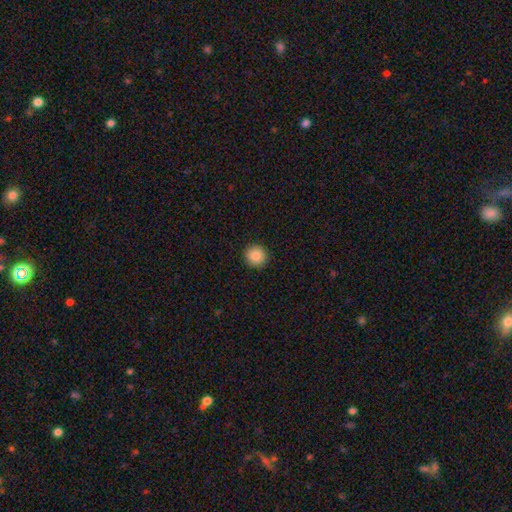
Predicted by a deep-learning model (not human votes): This appears to be a smooth galaxy with no disk features (86%) that is round (92%). Merging: none (92%).